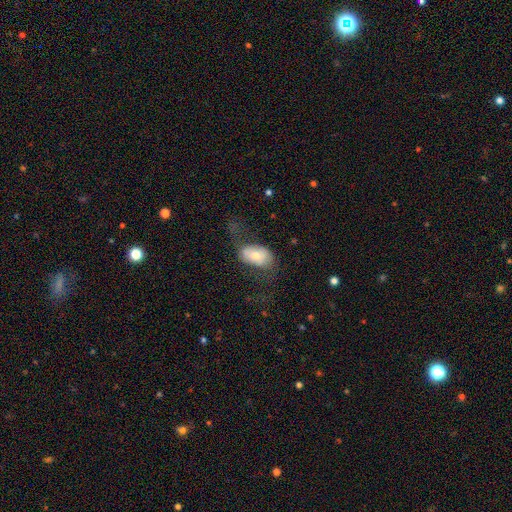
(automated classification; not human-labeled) This appears to be a smooth galaxy with no disk features (61%) that is in between round and cigar-shaped (91%). Merging: none (41%).